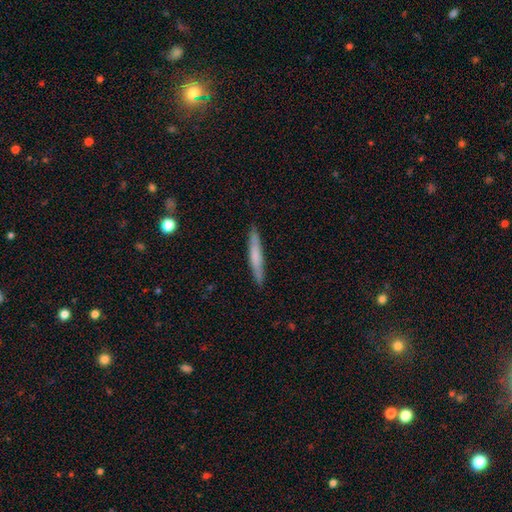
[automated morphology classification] The model was most divided on "smooth or featured": smooth: 63%, featured or disk: 31%, star or artifact: 6%. More confident: how rounded — cigar-shaped (95%); merging — none (90%).